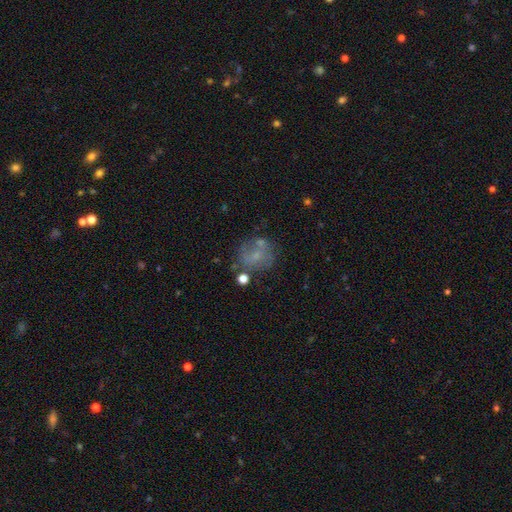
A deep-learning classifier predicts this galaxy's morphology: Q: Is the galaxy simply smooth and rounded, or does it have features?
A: smooth — 43%.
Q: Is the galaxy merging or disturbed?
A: none — 54%.